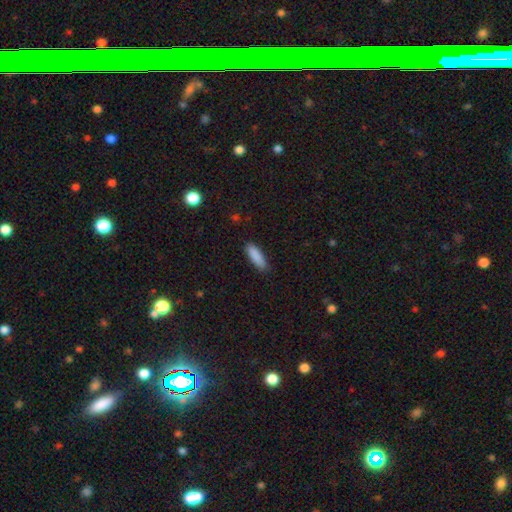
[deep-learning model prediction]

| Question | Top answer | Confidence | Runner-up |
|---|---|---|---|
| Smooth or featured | smooth | 89% | star or artifact (6%) |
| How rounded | cigar-shaped | 51% | in between (48%) |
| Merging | none | 84% | minor disturbance (13%) |